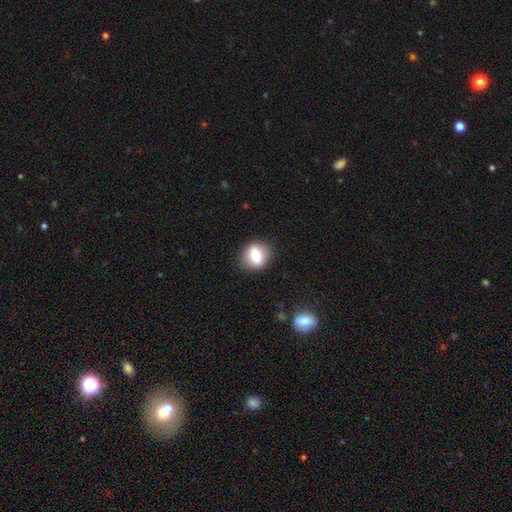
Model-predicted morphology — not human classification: Smooth or featured?
  - smooth: 64% *
  - featured or disk: 27%
  - star or artifact: 9%
How rounded?
  - round: 53% *
  - in between: 41%
  - cigar-shaped: 6%
Merging?
  - none: 87% *
  - minor disturbance: 9%
  - major disturbance: 3%
  - merger: 1%